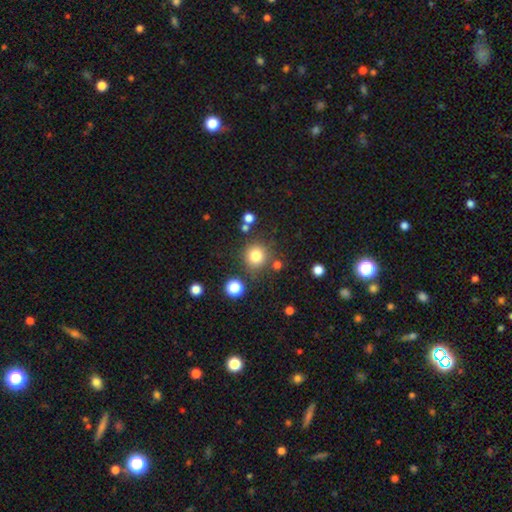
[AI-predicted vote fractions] The model was most divided on "smooth or featured": smooth: 80%, star or artifact: 13%, featured or disk: 6%. More confident: how rounded — round (91%); merging — none (80%).